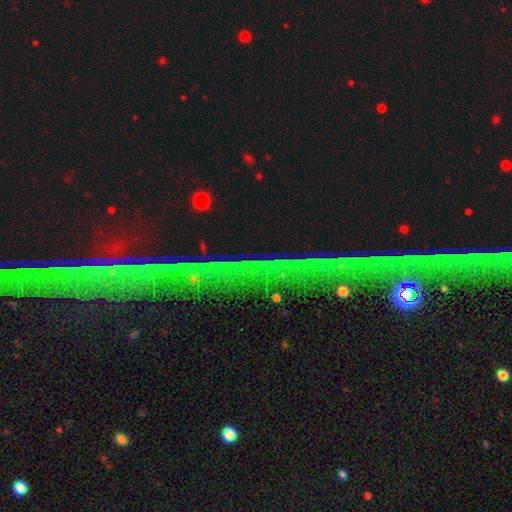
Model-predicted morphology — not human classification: This is likely a star or artifact rather than a galaxy (73%).